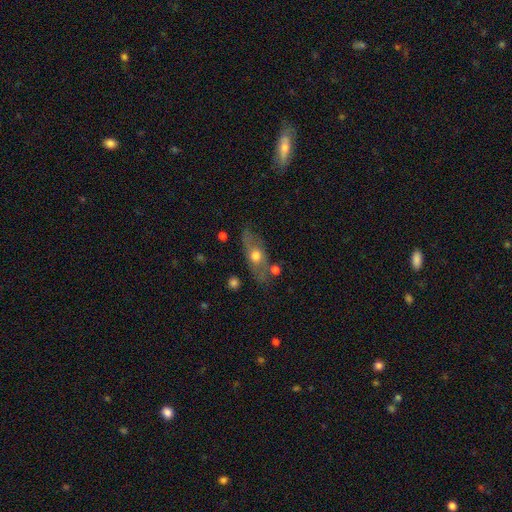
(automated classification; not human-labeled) Smooth or featured?
  - smooth: 49% *
  - featured or disk: 43%
  - star or artifact: 8%
Merging?
  - none: 66% *
  - minor disturbance: 19%
  - major disturbance: 7%
  - merger: 7%